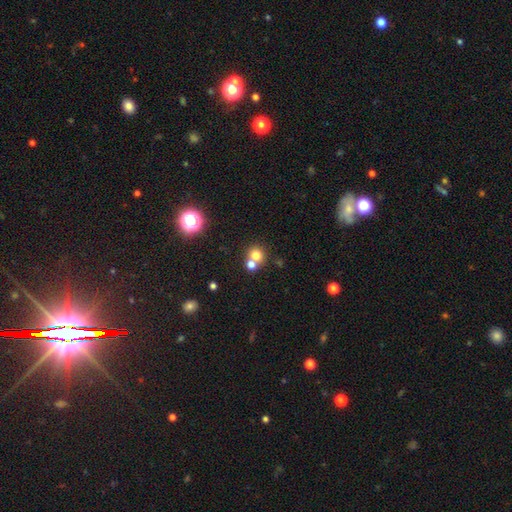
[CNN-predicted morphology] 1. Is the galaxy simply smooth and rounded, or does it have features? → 73% smooth, 15% star or artifact, 12% featured or disk.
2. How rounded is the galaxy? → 85% round, 14% in between, 1% cigar-shaped.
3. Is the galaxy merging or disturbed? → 47% none, 44% merger, 6% minor disturbance, 3% major disturbance.